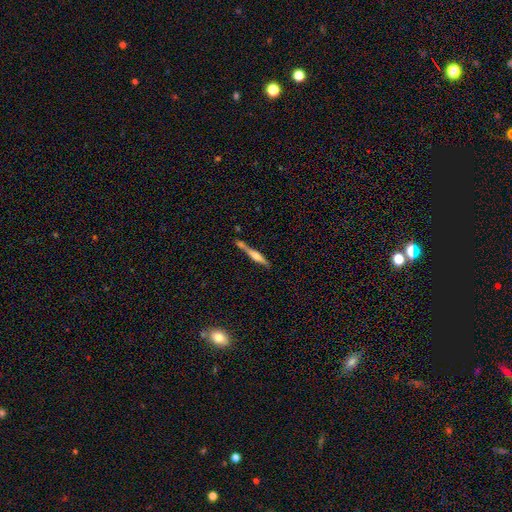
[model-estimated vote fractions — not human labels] Morphology: type=featured or disk (59%); edge-on=yes (96%); edge-on bulge=rounded (71%); merging=none (62%).